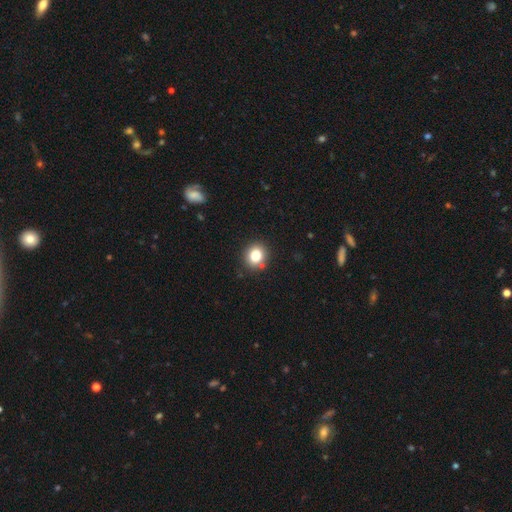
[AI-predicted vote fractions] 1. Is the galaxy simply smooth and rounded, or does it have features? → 81% smooth, 12% star or artifact, 7% featured or disk.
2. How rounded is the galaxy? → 78% round, 21% in between, 1% cigar-shaped.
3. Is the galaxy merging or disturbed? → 86% none, 8% minor disturbance, 3% merger, 2% major disturbance.